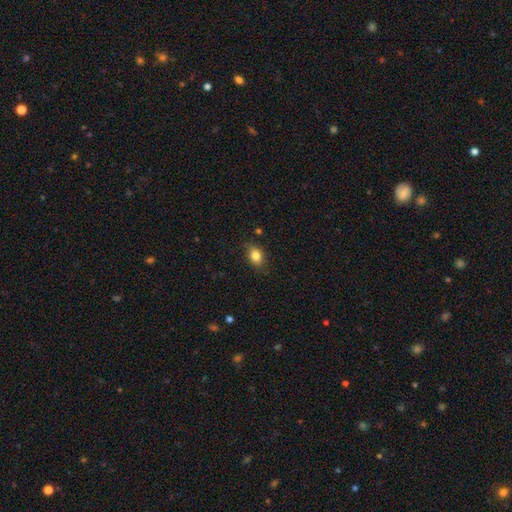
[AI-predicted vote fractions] Smooth or featured: smooth — 84% (star or artifact — 9%)
How rounded: in between — 73% (round — 25%)
Merging: none — 81% (minor disturbance — 15%)